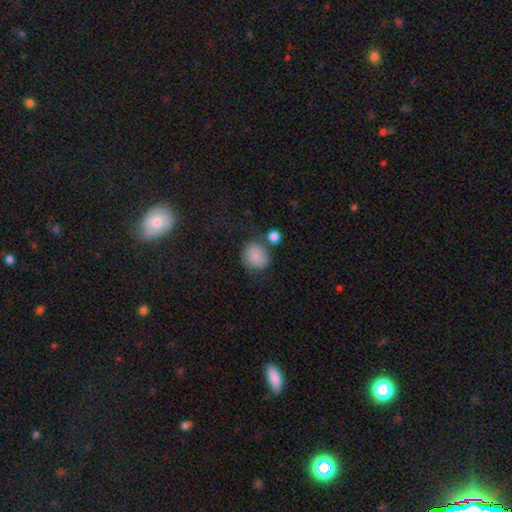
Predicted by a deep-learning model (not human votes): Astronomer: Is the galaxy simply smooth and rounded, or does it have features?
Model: smooth — 83%.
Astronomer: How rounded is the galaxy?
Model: round — 77%.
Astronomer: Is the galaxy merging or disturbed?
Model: none — 63%.